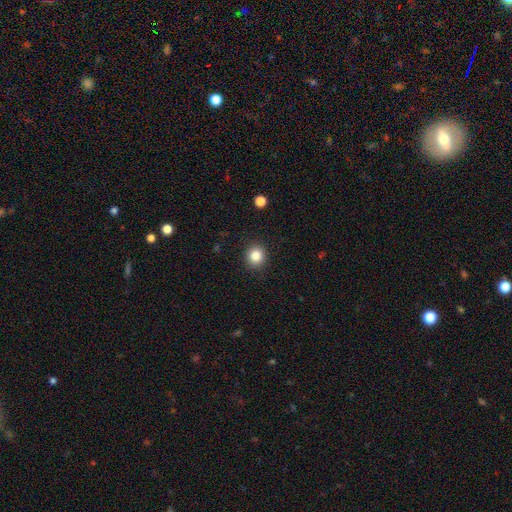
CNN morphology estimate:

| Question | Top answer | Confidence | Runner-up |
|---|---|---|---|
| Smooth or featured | smooth | 84% | star or artifact (11%) |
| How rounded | round | 87% | in between (12%) |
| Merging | none | 91% | minor disturbance (6%) |